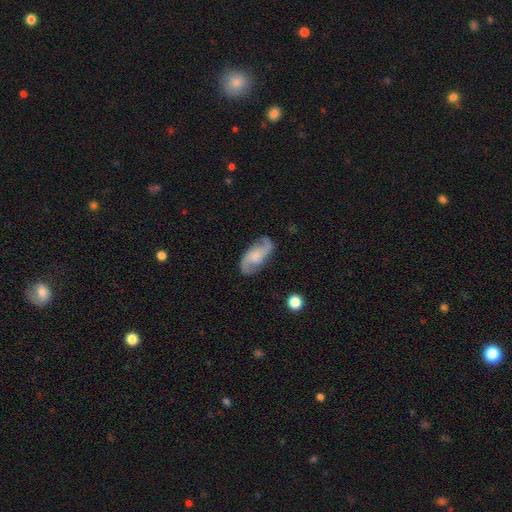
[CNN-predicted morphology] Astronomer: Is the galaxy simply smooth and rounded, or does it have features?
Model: featured or disk — 78%.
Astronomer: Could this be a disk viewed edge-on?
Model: no — 95%.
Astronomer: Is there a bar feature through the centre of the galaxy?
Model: no — 55% (runner-up: weak, 36%).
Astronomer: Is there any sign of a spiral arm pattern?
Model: yes — 95%.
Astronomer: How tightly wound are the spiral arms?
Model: medium — 43% (runner-up: loose, 42%).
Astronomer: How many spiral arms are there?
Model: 2 — 91%.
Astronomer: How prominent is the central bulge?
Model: none — 34% (runner-up: moderate, 25%).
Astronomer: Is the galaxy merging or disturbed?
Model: none — 80%.